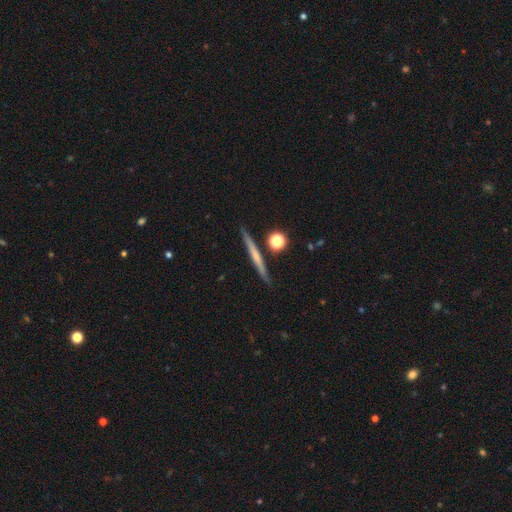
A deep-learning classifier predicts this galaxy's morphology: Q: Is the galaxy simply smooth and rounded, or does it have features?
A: featured or disk — 48%.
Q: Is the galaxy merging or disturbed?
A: none — 87%.